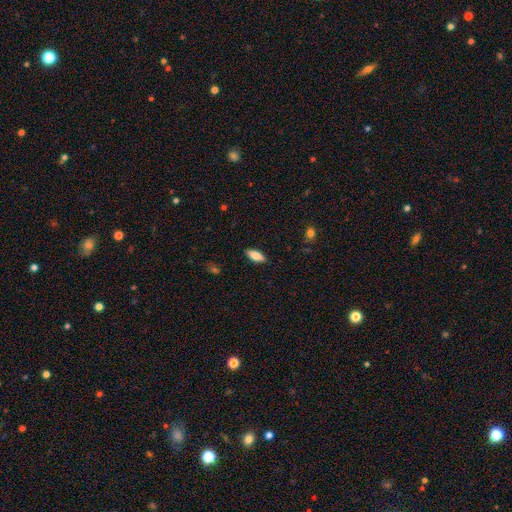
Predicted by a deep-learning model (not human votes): A smooth galaxy with no disk features (77%) that is in between round and cigar-shaped (77%).

Vote fractions:
- Smooth or featured? smooth: 77% / featured or disk: 16% / star or artifact: 6%
- How rounded? in between: 77% / cigar-shaped: 21% / round: 2%
- Merging? none: 88% / minor disturbance: 9% / major disturbance: 2% / merger: 1%